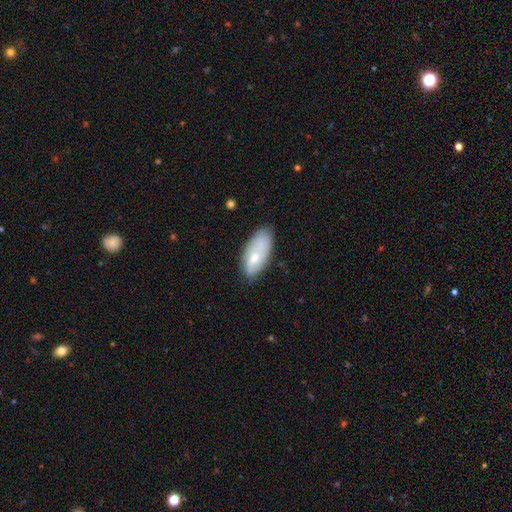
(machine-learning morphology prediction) smooth 60%, featured or disk 34%, star or artifact 7%. Down the decision tree: how rounded — in between (88%); merging — none (64%).